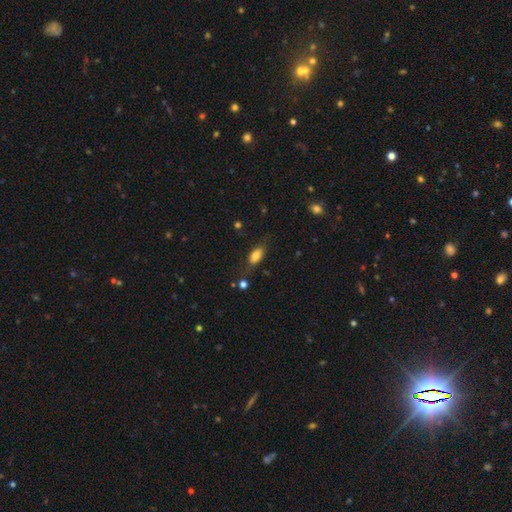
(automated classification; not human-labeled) This is likely a smooth galaxy (79%). How rounded: clearly in between (85%). Merging: likely none (70%).